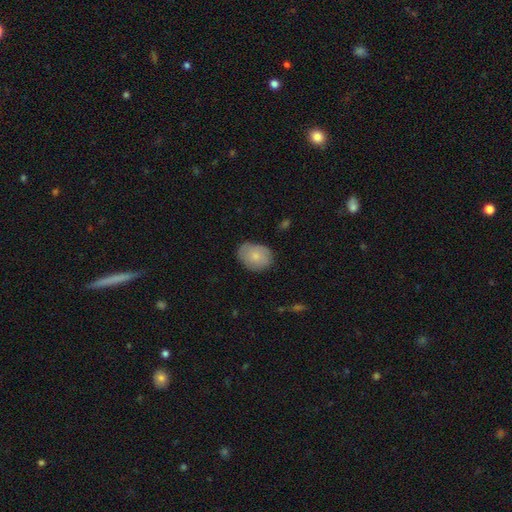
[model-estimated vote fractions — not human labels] smooth_or_featured: smooth (p=0.75) [alt: featured or disk p=0.18]
how_rounded: in between (p=0.66) [alt: round p=0.33]
merging: none (p=0.76) [alt: minor disturbance p=0.19]